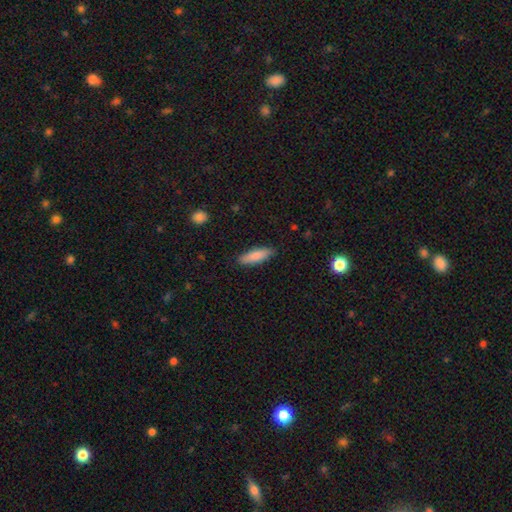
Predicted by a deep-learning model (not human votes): A smooth galaxy with no disk features (84%) that is cigar-shaped (60%).

Vote fractions:
- Smooth or featured? smooth: 84% / featured or disk: 10% / star or artifact: 6%
- How rounded? cigar-shaped: 60% / in between: 38% / round: 2%
- Merging? none: 88% / minor disturbance: 9% / major disturbance: 2% / merger: 1%